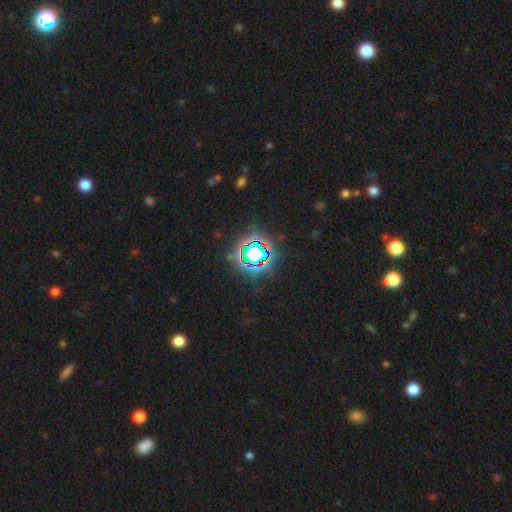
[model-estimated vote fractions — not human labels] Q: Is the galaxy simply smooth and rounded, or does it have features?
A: star or artifact — 76%.